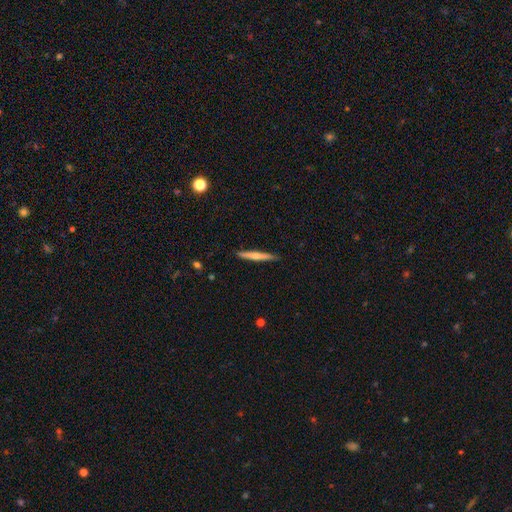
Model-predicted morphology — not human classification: smooth-or-featured: smooth: 51% | featured or disk: 43% | star or artifact: 5%
  how-rounded: cigar-shaped: 95% | in between: 3% | round: 1%
  merging: none: 89% | minor disturbance: 8% | major disturbance: 1% | merger: 1%